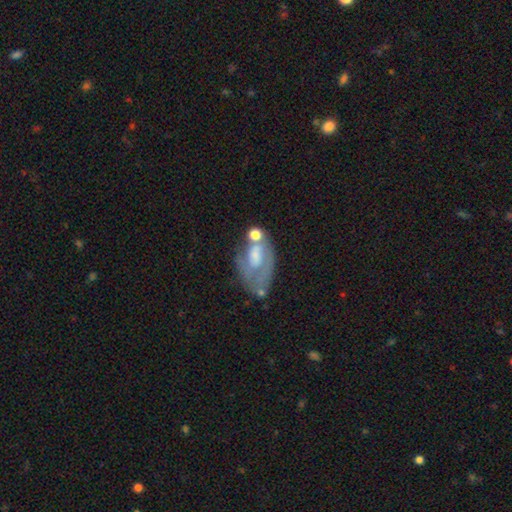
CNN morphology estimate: type=featured or disk (60%); edge-on=no (94%); bar=no (67%); spiral arms=yes (53%); bulge=moderate (36%); merging=none (40%).